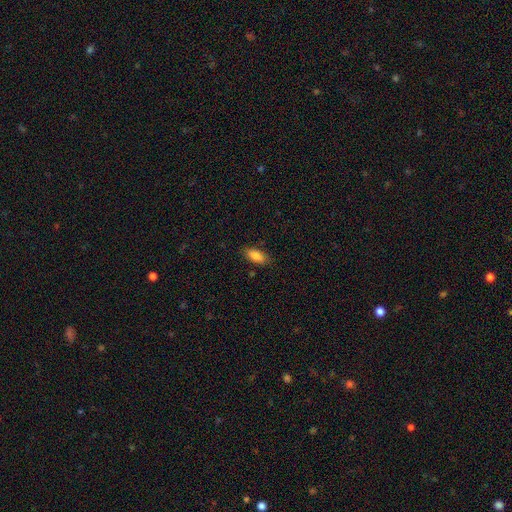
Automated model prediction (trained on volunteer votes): A smooth galaxy with no disk features (85%) that is in between round and cigar-shaped (85%). Merging: none (85%).